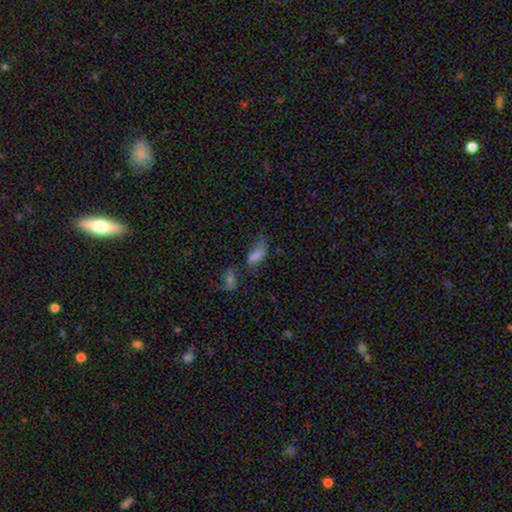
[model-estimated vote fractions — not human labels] Smooth or featured? Predicted: smooth (p=0.67). How rounded? Predicted: in between (p=0.77). Merging? Predicted: none (p=0.34).